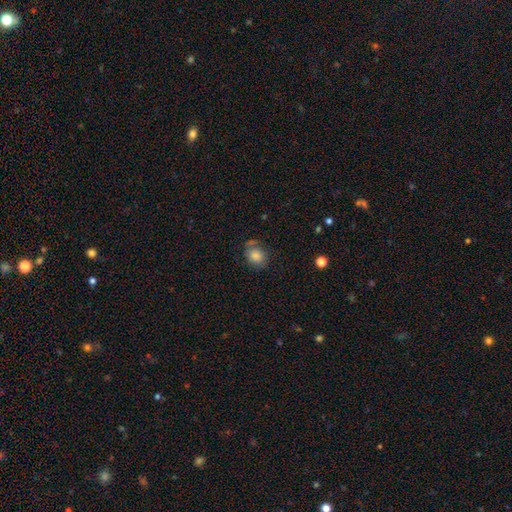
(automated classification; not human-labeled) Smooth or featured: smooth — 80% (featured or disk — 11%)
How rounded: round — 57% (in between — 42%)
Merging: none — 61% (minor disturbance — 22%)